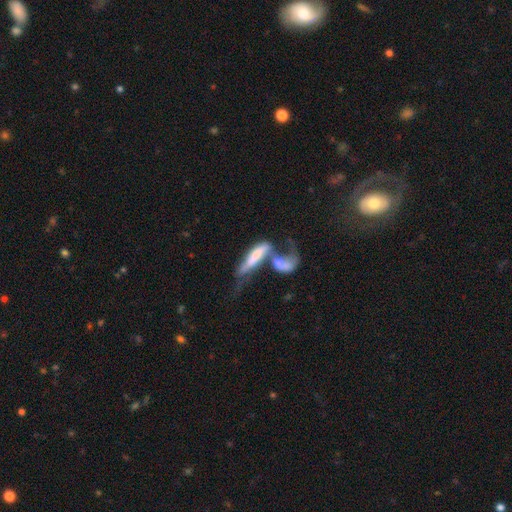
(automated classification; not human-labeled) Overall: smooth (50%; featured or disk 42%). How rounded: cigar-shaped (59%; in between 38%). Merging: merger (67%).